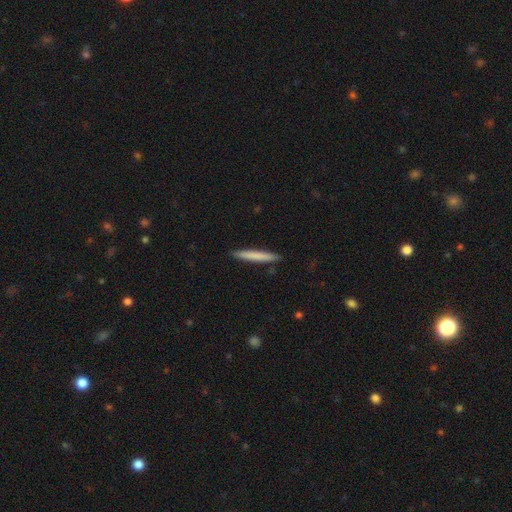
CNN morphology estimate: This is likely a smooth galaxy (72%). How rounded: clearly cigar-shaped (96%). Merging: clearly none (91%).